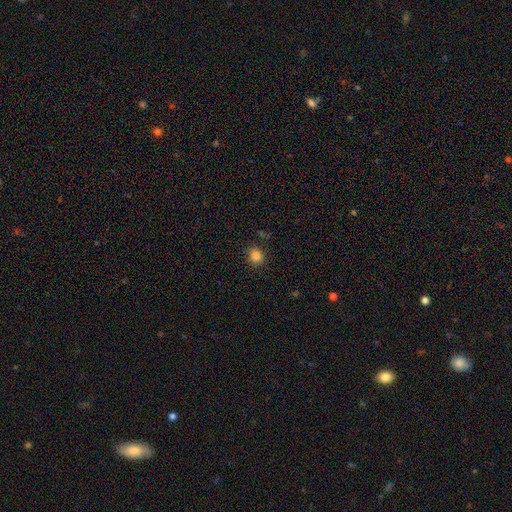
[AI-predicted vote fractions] A smooth galaxy with no disk features (84%) that is round (76%).

Vote fractions:
- Smooth or featured? smooth: 84% / star or artifact: 12% / featured or disk: 4%
- How rounded? round: 76% / in between: 23% / cigar-shaped: 1%
- Merging? none: 86% / minor disturbance: 9% / major disturbance: 3% / merger: 2%